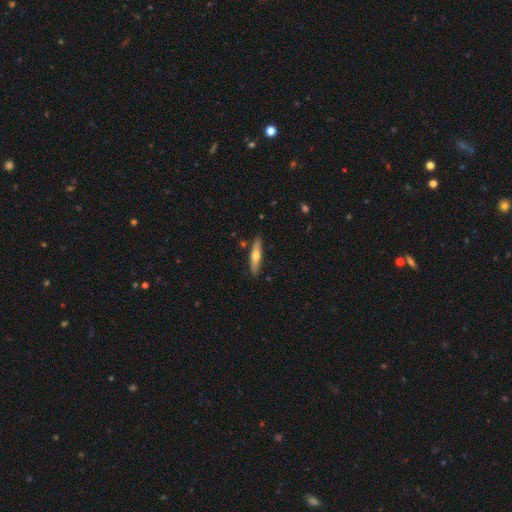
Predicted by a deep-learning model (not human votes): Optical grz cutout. It shows a smooth galaxy with no disk features (51%) that is cigar-shaped (83%). Merging: none (88%).